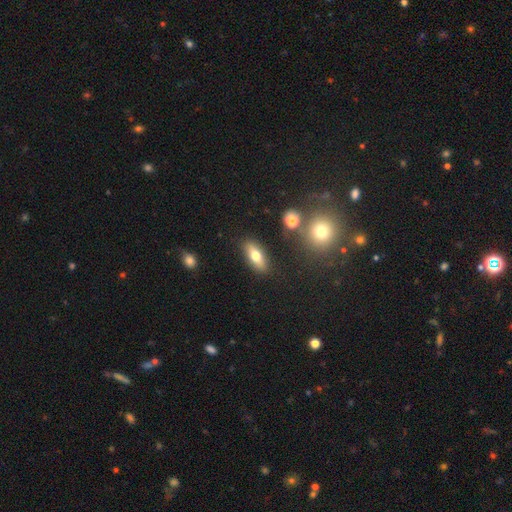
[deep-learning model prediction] smooth-or-featured: smooth: 65% | featured or disk: 27% | star or artifact: 8%
  how-rounded: in between: 68% | cigar-shaped: 27% | round: 5%
  merging: none: 85% | minor disturbance: 9% | merger: 3% | major disturbance: 3%